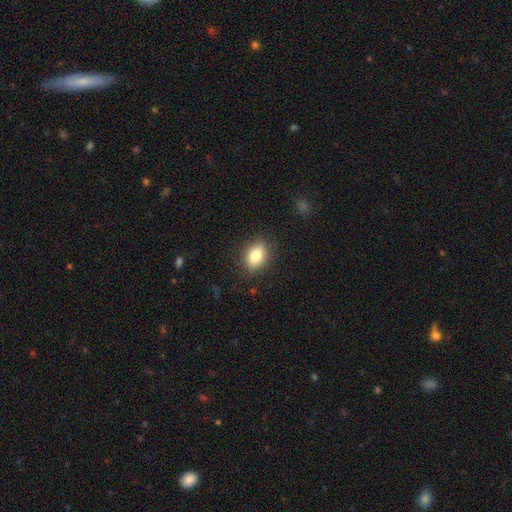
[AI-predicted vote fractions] Smooth or featured?
  - smooth: 77% *
  - featured or disk: 14%
  - star or artifact: 9%
How rounded?
  - in between: 71% *
  - round: 26%
  - cigar-shaped: 3%
Merging?
  - none: 85% *
  - minor disturbance: 11%
  - major disturbance: 3%
  - merger: 1%